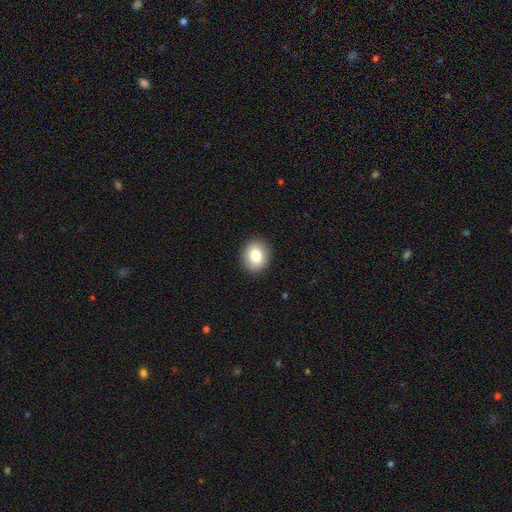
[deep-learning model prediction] Morphology: type=smooth (82%); roundness=round (62%); merging=none (91%).